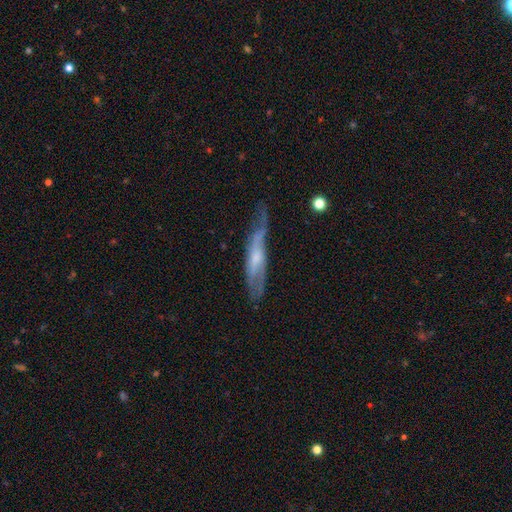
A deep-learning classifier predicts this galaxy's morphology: smooth-or-featured: featured or disk: 62% | smooth: 28% | star or artifact: 10%
  disk-edge-on: yes: 68% | no: 32%
  merging: none: 66% | minor disturbance: 24% | major disturbance: 8% | merger: 2%